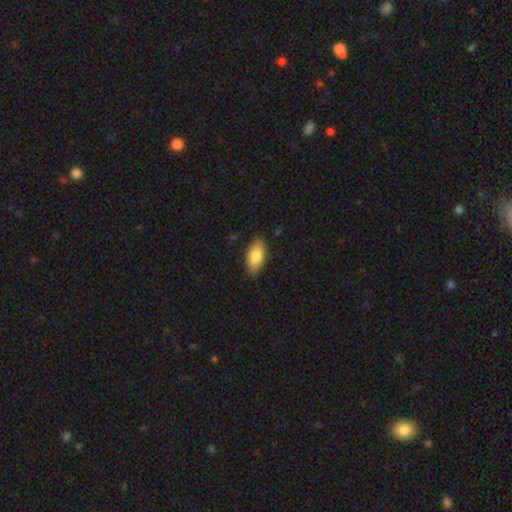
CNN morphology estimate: The model was most divided on "smooth or featured": smooth: 81%, featured or disk: 13%, star or artifact: 6%. More confident: how rounded — in between (91%); merging — none (86%).